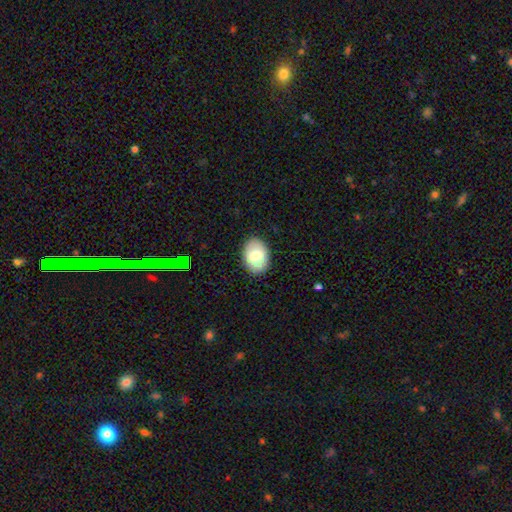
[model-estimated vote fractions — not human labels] Smooth or featured? smooth (73%)
How rounded? in between (80%)
Merging? none (88%)